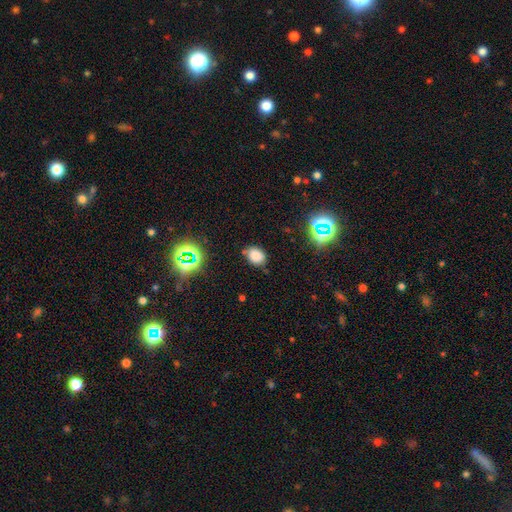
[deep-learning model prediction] Smooth or featured: smooth — 75% (star or artifact — 18%)
How rounded: in between — 61% (round — 38%)
Merging: none — 76% (minor disturbance — 17%)